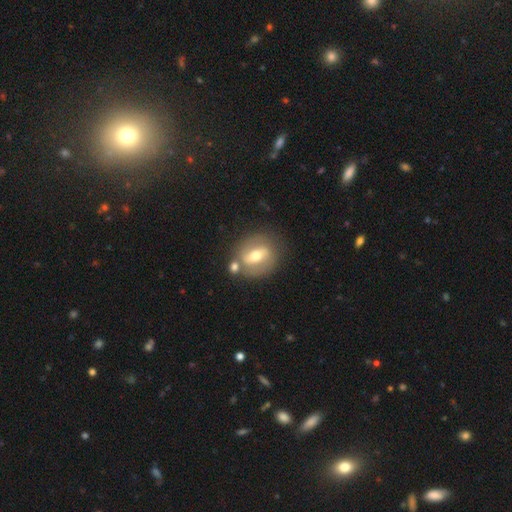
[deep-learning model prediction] Q: Smooth or featured?
A: featured or disk (58%); runner-up: smooth (35%)
Q: Edge-on disk?
A: no (89%); runner-up: yes (11%)
Q: Bar?
A: strong (47%); runner-up: weak (36%)
Q: Spiral arms?
A: no (54%); runner-up: yes (46%)
Q: Bulge size?
A: moderate (70%); runner-up: small (17%)
Q: Merging?
A: none (67%); runner-up: merger (15%)